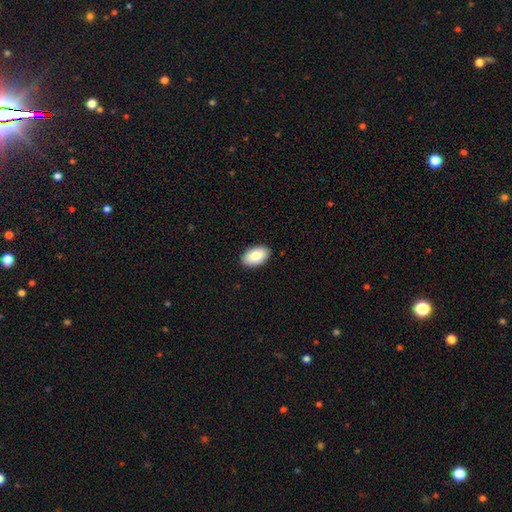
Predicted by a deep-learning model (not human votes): A smooth galaxy with no disk features (85%) that is in between round and cigar-shaped (94%).

Vote fractions:
- Smooth or featured? smooth: 85% / featured or disk: 9% / star or artifact: 6%
- How rounded? in between: 94% / round: 4% / cigar-shaped: 1%
- Merging? none: 90% / minor disturbance: 8% / major disturbance: 2% / merger: 1%